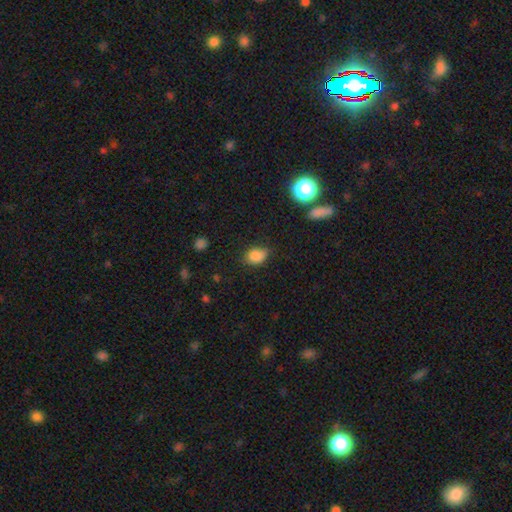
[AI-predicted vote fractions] A smooth galaxy with no disk features (84%) that is in between round and cigar-shaped (69%). Merging: none (70%).